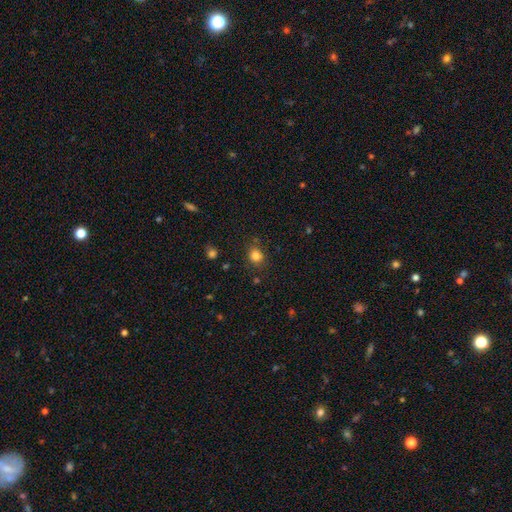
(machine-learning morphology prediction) Overall: smooth (82%). How rounded: round (79%). Merging: none (81%).